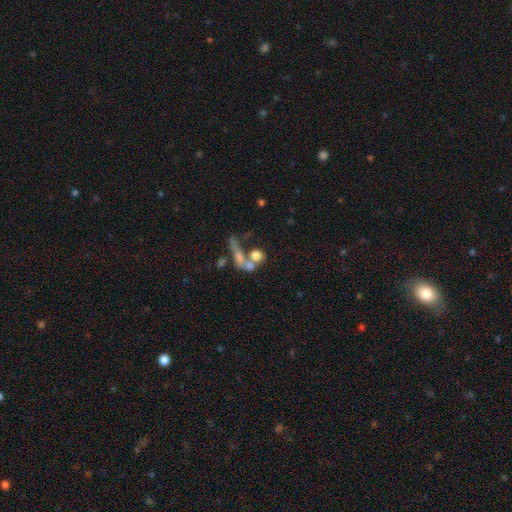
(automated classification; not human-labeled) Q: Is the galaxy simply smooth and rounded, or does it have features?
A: smooth — 61%.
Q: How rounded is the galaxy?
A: round — 65%.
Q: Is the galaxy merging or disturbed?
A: merger — 50%.